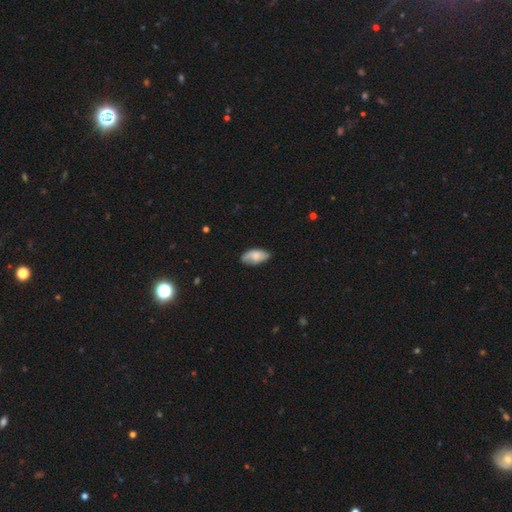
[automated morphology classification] Smooth or featured? Predicted: smooth (p=0.66). How rounded? Predicted: in between (p=0.93). Merging? Predicted: none (p=0.69).